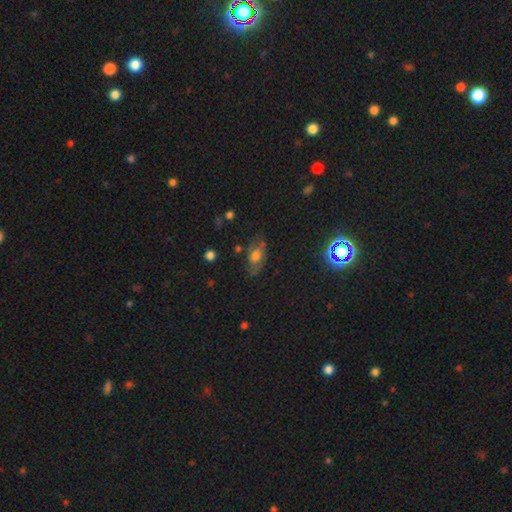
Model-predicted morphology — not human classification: Smooth or featured?
  - smooth: 48% *
  - featured or disk: 37%
  - star or artifact: 15%
Merging?
  - none: 65% *
  - minor disturbance: 22%
  - major disturbance: 10%
  - merger: 3%